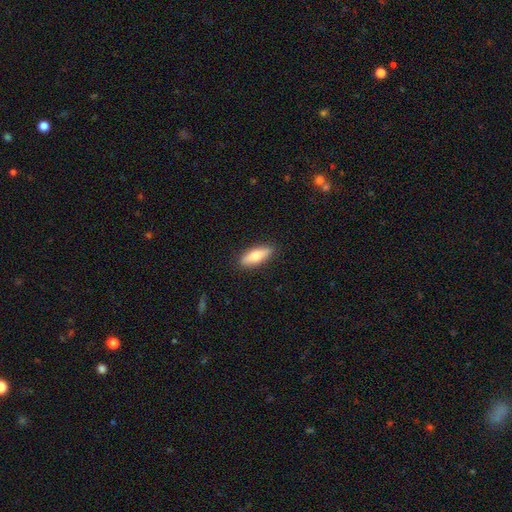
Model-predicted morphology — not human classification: This appears to be a smooth galaxy with no disk features (73%) that is in between round and cigar-shaped (59%). Merging: none (88%).